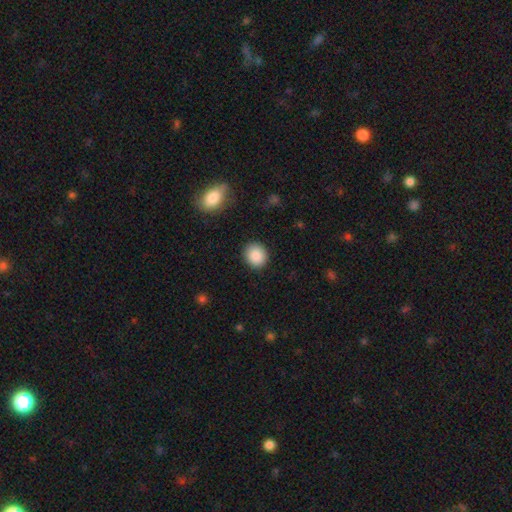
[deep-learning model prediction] This is clearly a smooth galaxy (88%). How rounded: likely round (80%). Merging: clearly none (91%).